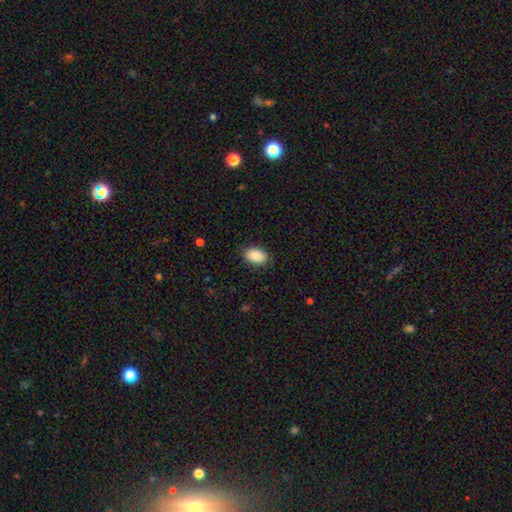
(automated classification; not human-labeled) smooth_or_featured: smooth (p=0.88) [alt: star or artifact p=0.07]
how_rounded: in between (p=0.91) [alt: round p=0.08]
merging: none (p=0.86) [alt: minor disturbance p=0.11]